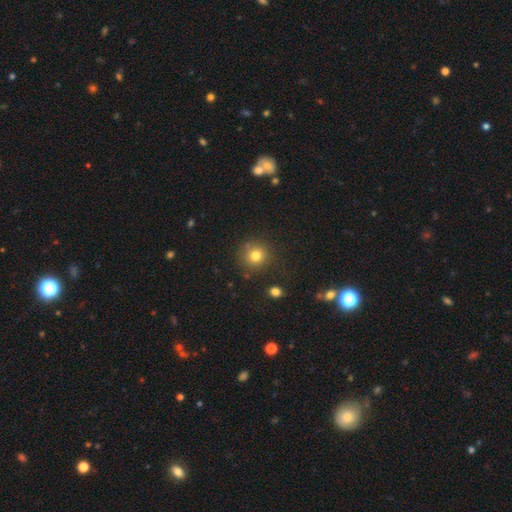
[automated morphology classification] The model was most divided on "smooth or featured": smooth: 78%, star or artifact: 14%, featured or disk: 8%. More confident: how rounded — round (92%); merging — none (84%).